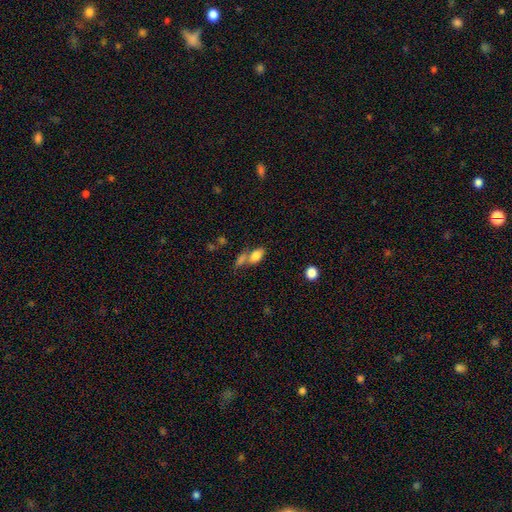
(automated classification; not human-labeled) A smooth galaxy with no disk features (81%) that is in between round and cigar-shaped (89%).

Vote fractions:
- Smooth or featured? smooth: 81% / star or artifact: 10% / featured or disk: 9%
- How rounded? in between: 89% / round: 7% / cigar-shaped: 4%
- Merging? merger: 45% / none: 37% / minor disturbance: 11% / major disturbance: 6%